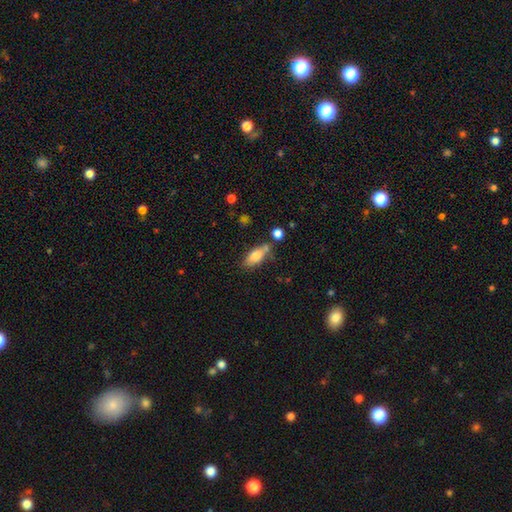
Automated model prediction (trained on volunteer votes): smooth 80%, featured or disk 13%, star or artifact 7%. Down the decision tree: how rounded — in between (80%); merging — none (61%).